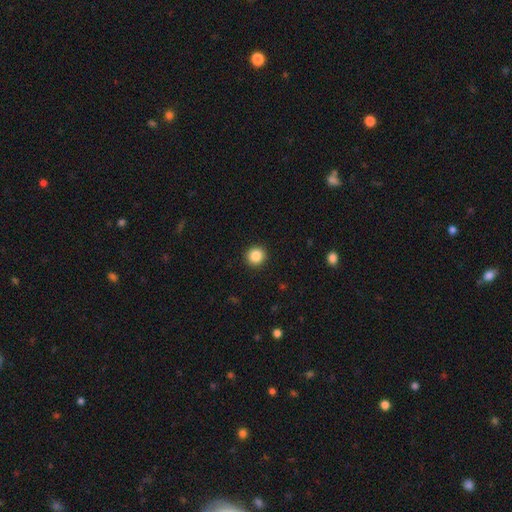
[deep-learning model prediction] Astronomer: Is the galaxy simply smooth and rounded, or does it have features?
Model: smooth — 87%.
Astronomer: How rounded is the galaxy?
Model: round — 93%.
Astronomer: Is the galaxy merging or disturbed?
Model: none — 93%.